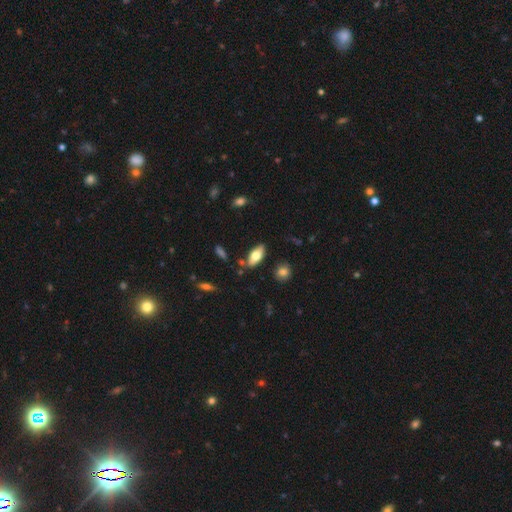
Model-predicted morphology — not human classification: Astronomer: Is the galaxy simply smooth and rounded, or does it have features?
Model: smooth — 70%.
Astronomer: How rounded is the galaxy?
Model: in between — 84%.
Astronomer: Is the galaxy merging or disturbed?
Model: none — 80%.